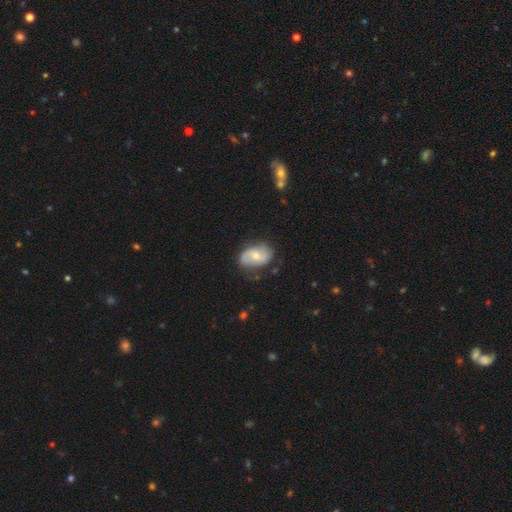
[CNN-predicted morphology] The model was most divided on "bulge size": moderate: 53%, small: 42%, large: 2%, none: 1%, dominant: 1%. More confident: edge-on disk — no (96%); spiral arms — yes (80%); merging — none (69%); bar — no (60%); smooth or featured — featured or disk (55%).